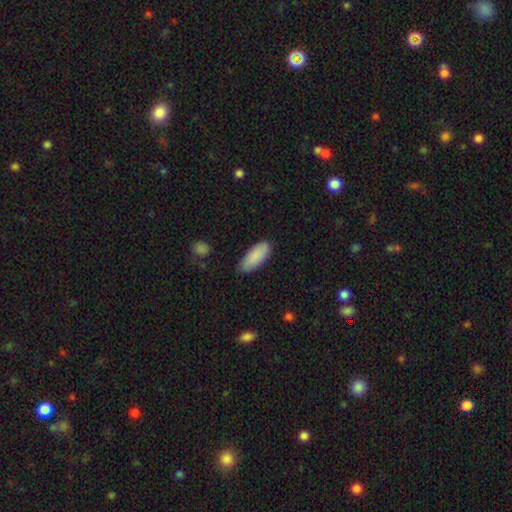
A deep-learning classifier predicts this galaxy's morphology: A smooth galaxy with no disk features (88%) that is in between round and cigar-shaped (80%).

Vote fractions:
- Smooth or featured? smooth: 88% / featured or disk: 7% / star or artifact: 6%
- How rounded? in between: 80% / cigar-shaped: 19% / round: 2%
- Merging? none: 81% / minor disturbance: 15% / major disturbance: 3% / merger: 1%